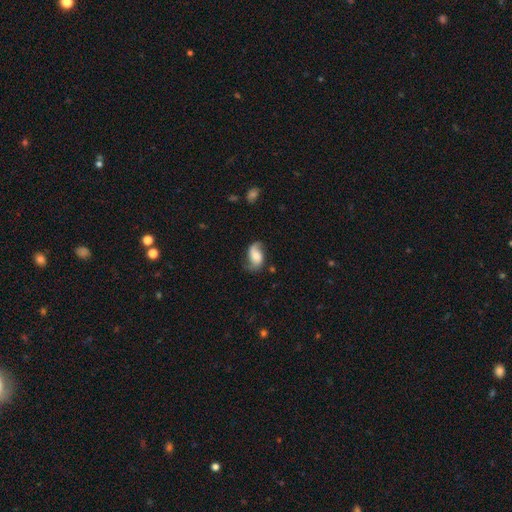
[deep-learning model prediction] This is likely a featured or disk galaxy (61%). It is clearly not viewed edge-on (96%). Bar: possibly no (54%). Spiral arm pattern: clearly yes (91%). Spiral arm count: clearly 2 (86%). Spiral winding: possibly loose (59%). Central bulge: marginally moderate (44%). Merging: likely none (63%).